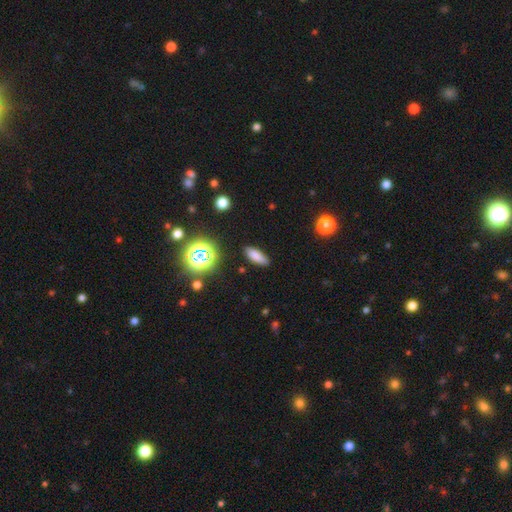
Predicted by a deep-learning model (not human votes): smooth 79%, star or artifact 13%, featured or disk 8%. Down the decision tree: how rounded — in between (63%); merging — none (86%).